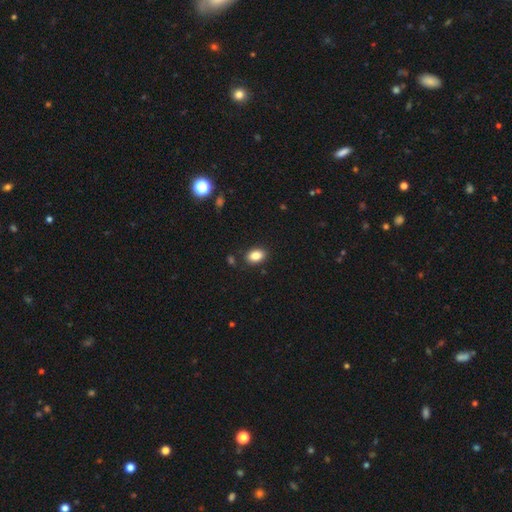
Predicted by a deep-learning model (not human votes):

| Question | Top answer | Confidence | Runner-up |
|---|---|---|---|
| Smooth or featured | smooth | 86% | star or artifact (9%) |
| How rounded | in between | 85% | round (14%) |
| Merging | none | 86% | minor disturbance (9%) |